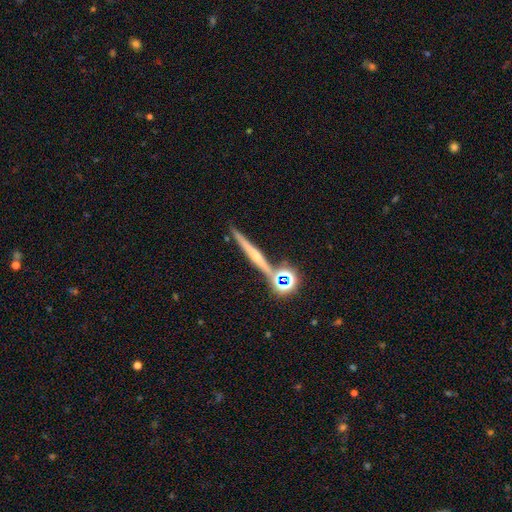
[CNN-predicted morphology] A featured or disk galaxy (63%) viewed edge-on (96%) with a rounded central bulge (60%). Merging: none (80%).